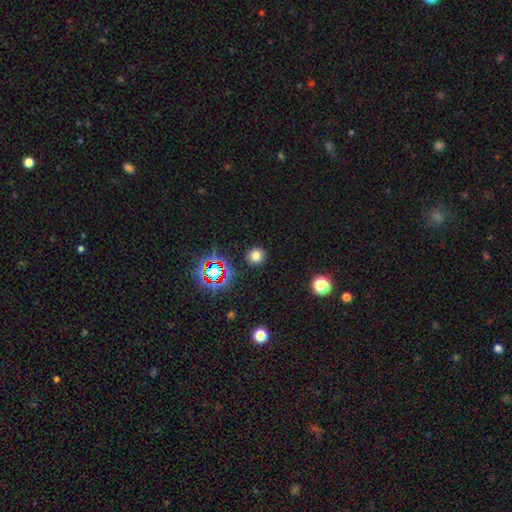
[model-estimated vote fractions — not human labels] Smooth or featured? smooth (74%)
How rounded? round (89%)
Merging? none (90%)